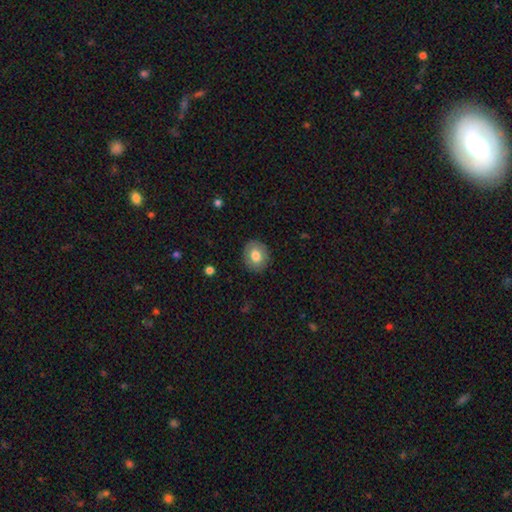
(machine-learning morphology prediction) Overall: smooth (79%). How rounded: round (63%; in between 36%). Merging: none (89%).